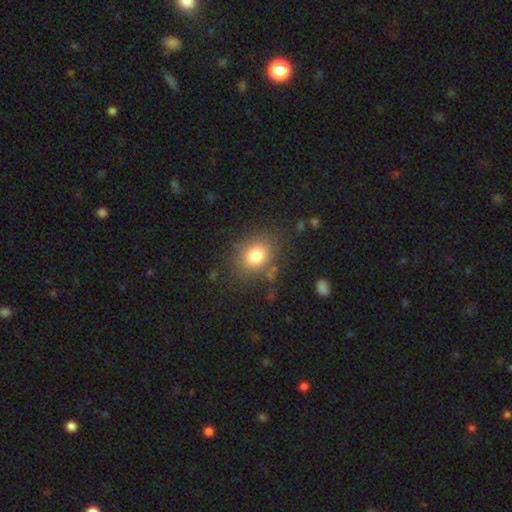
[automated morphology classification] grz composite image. It shows a smooth galaxy with no disk features (79%) that is round (53%). Merging: none (79%).